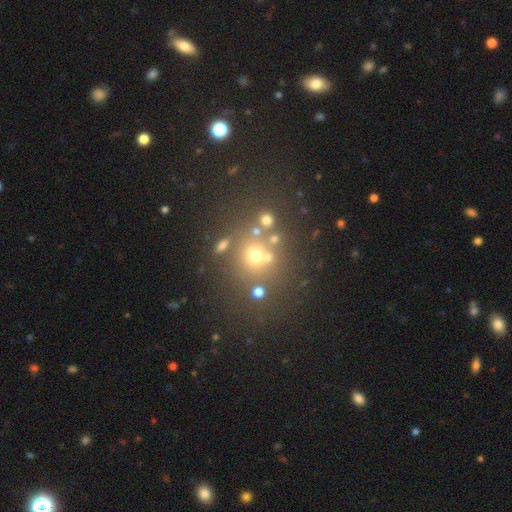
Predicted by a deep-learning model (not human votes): This appears to be a smooth galaxy with no disk features (53%) that is round (83%). Merging: none (65%).